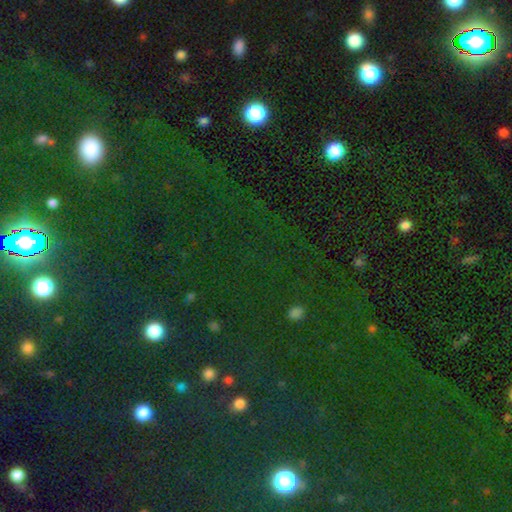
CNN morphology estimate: smooth-or-featured: star or artifact: 74% | smooth: 17% | featured or disk: 9%